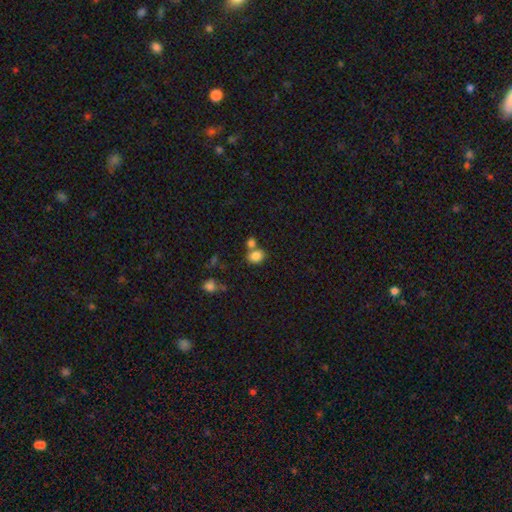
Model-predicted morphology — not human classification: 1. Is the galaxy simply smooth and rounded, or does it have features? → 83% smooth, 10% star or artifact, 6% featured or disk.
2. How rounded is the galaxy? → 60% in between, 39% round, 1% cigar-shaped.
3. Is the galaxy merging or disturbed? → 53% none, 33% merger, 10% minor disturbance, 4% major disturbance.